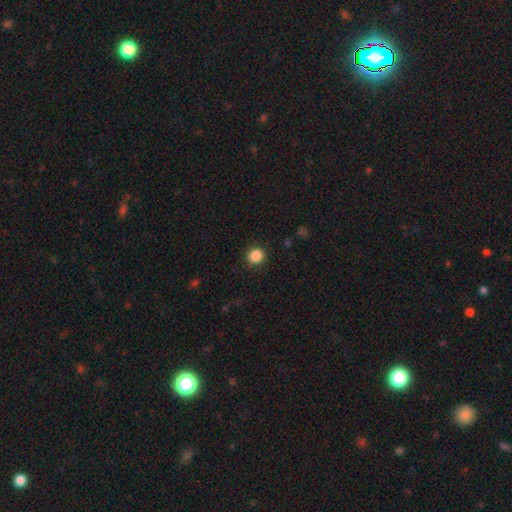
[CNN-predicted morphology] Smooth or featured?
  - smooth: 86% *
  - star or artifact: 10%
  - featured or disk: 3%
How rounded?
  - round: 92% *
  - in between: 7%
  - cigar-shaped: 1%
Merging?
  - none: 89% *
  - minor disturbance: 8%
  - major disturbance: 2%
  - merger: 1%